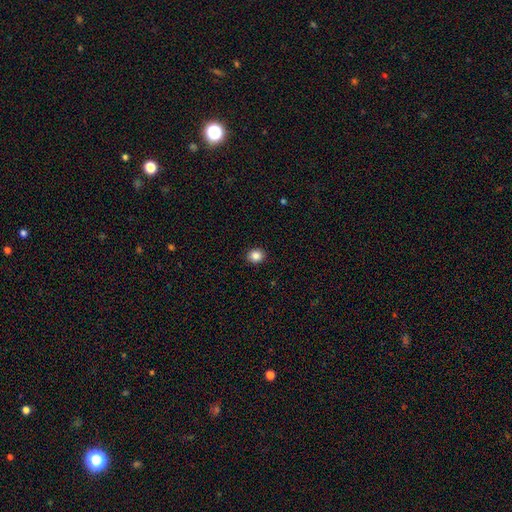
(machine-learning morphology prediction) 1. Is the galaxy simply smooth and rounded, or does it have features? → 86% smooth, 10% star or artifact, 4% featured or disk.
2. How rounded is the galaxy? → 77% round, 22% in between, 1% cigar-shaped.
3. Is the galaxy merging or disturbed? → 92% none, 6% minor disturbance, 2% major disturbance, 1% merger.